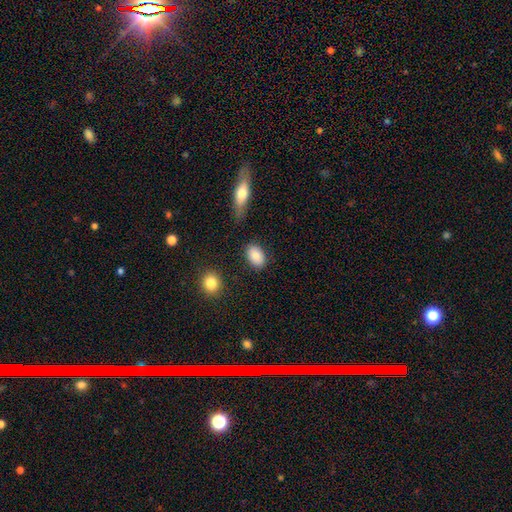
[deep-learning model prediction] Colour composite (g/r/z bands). It shows a smooth galaxy with no disk features (85%) that is in between round and cigar-shaped (86%). Merging: none (82%).